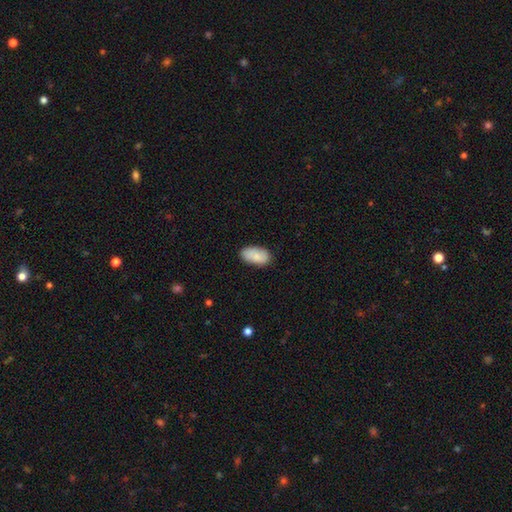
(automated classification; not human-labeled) A smooth galaxy with no disk features (85%) that is in between round and cigar-shaped (94%). Merging: none (82%).